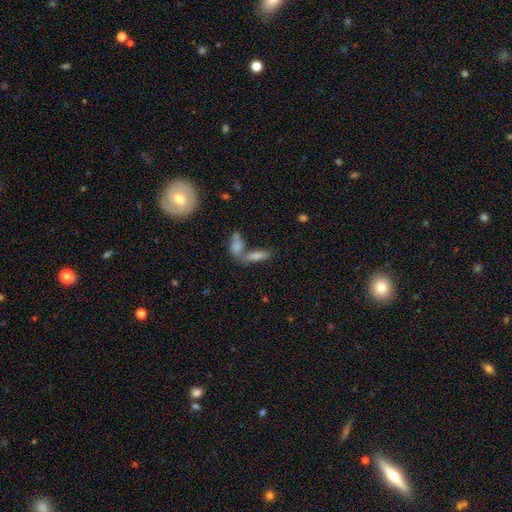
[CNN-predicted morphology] Overall: smooth (58%; featured or disk 29%). How rounded: cigar-shaped (48%; in between 46%). Merging: merger (45%; none 39%).